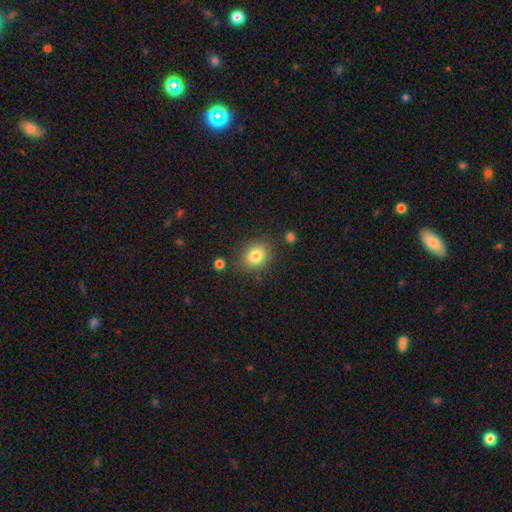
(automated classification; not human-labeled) Smooth or featured? Predicted: smooth (p=0.81). How rounded? Predicted: round (p=0.64). Merging? Predicted: none (p=0.82).